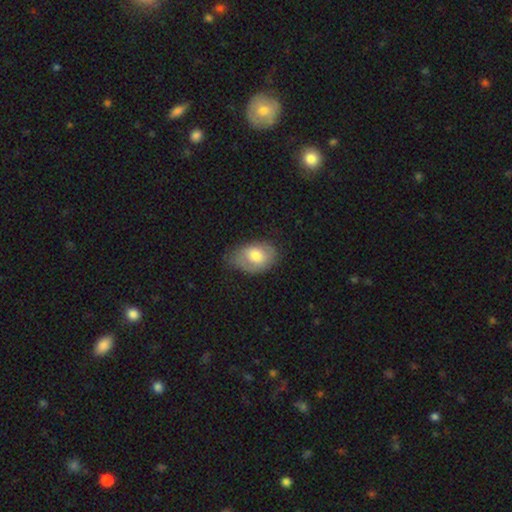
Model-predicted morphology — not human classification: Smooth or featured?
  - smooth: 68% *
  - featured or disk: 26%
  - star or artifact: 6%
How rounded?
  - in between: 84% *
  - round: 15%
  - cigar-shaped: 1%
Merging?
  - none: 53% *
  - minor disturbance: 33%
  - major disturbance: 12%
  - merger: 2%